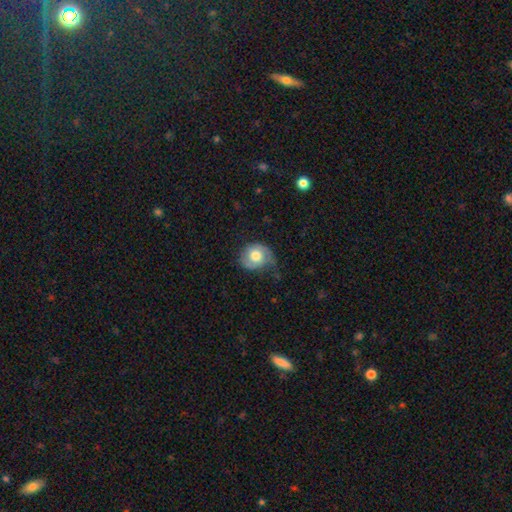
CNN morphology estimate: smooth 50%, featured or disk 43%, star or artifact 7%. Down the decision tree: merging — none (48%).